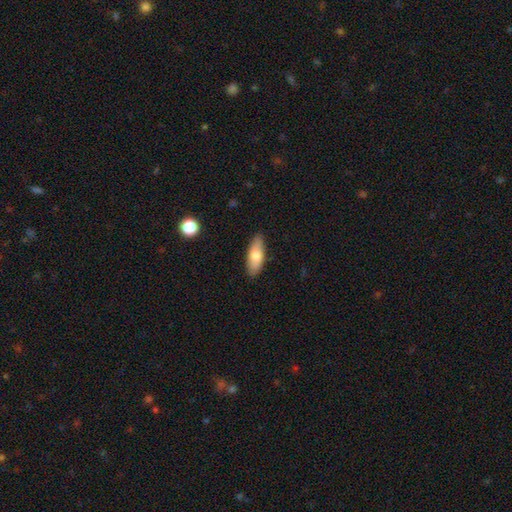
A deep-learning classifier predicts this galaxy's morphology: Smooth or featured: smooth — 73% (featured or disk — 21%)
How rounded: in between — 68% (cigar-shaped — 29%)
Merging: none — 87% (minor disturbance — 10%)